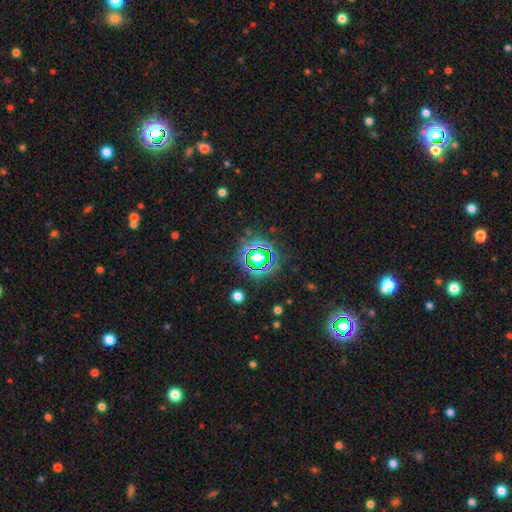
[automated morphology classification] type=star or artifact (61%).